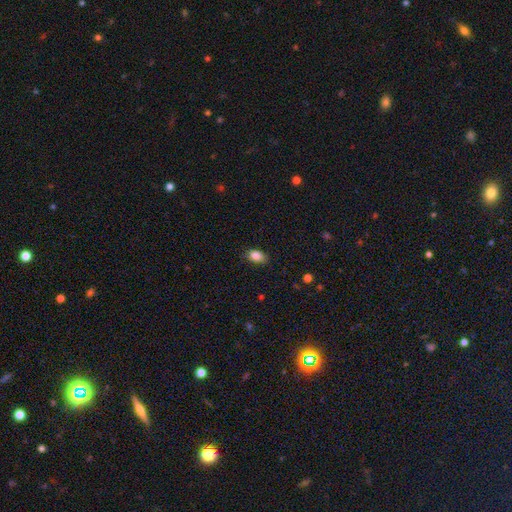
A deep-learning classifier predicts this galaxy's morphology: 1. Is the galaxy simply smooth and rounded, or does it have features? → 86% smooth, 9% star or artifact, 5% featured or disk.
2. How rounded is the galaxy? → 86% in between, 13% round, 2% cigar-shaped.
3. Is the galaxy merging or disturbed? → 83% none, 14% minor disturbance, 3% major disturbance, 1% merger.